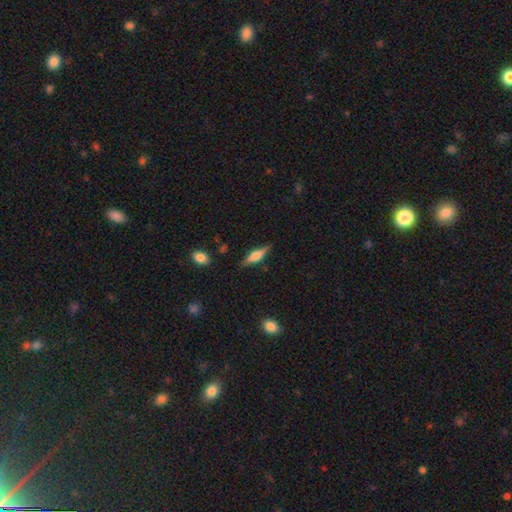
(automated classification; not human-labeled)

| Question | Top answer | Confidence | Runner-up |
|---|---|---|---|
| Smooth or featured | featured or disk | 53% | smooth (40%) |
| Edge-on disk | yes | 95% | no (5%) |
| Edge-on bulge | rounded | 74% | boxy (22%) |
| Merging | none | 84% | minor disturbance (12%) |